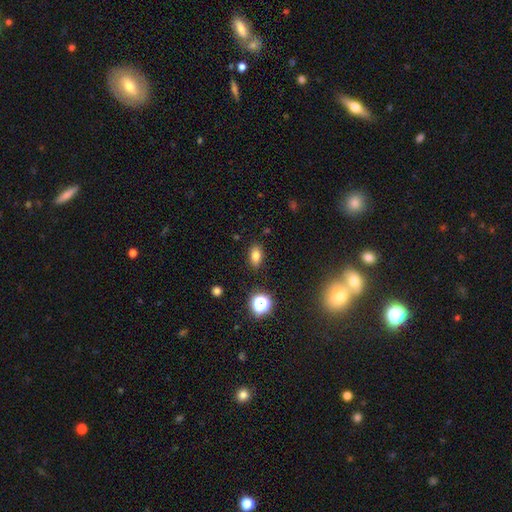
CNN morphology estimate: Smooth or featured?
  - smooth: 76% *
  - star or artifact: 15%
  - featured or disk: 9%
How rounded?
  - in between: 82% *
  - round: 14%
  - cigar-shaped: 4%
Merging?
  - none: 86% *
  - minor disturbance: 10%
  - major disturbance: 3%
  - merger: 2%